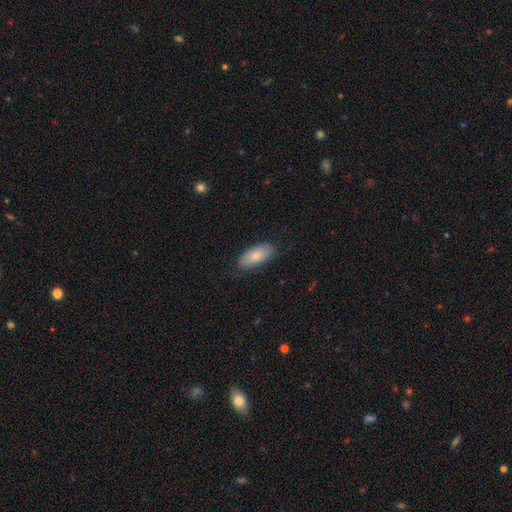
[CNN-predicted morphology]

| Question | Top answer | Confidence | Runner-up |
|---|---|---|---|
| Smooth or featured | smooth | 78% | featured or disk (16%) |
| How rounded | in between | 89% | cigar-shaped (9%) |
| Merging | none | 78% | minor disturbance (18%) |